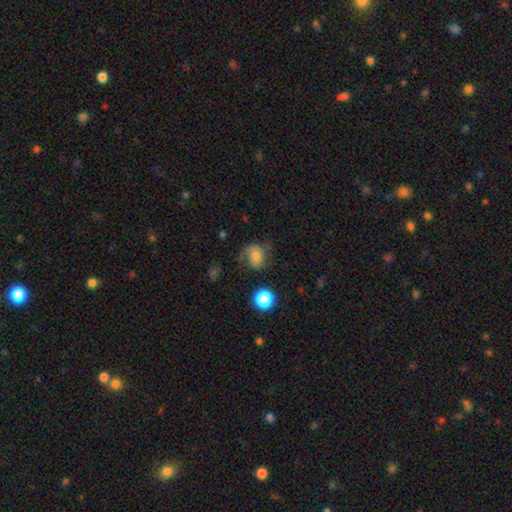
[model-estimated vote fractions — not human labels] Smooth or featured: smooth — 53% (featured or disk — 35%)
How rounded: round — 61% (in between — 38%)
Merging: none — 47% (minor disturbance — 25%)